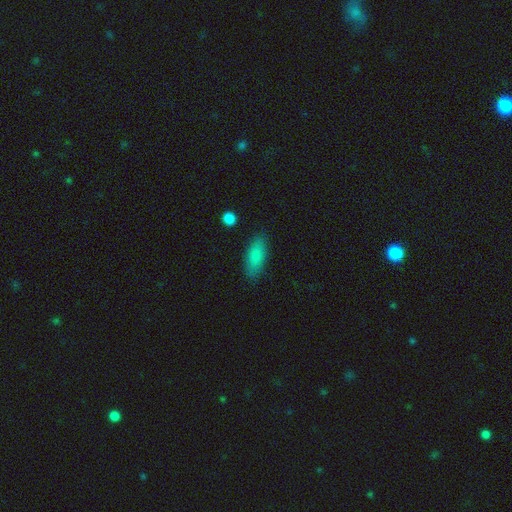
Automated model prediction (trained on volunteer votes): A smooth galaxy with no disk features (85%) that is in between round and cigar-shaped (75%).

Vote fractions:
- Smooth or featured? smooth: 85% / featured or disk: 8% / star or artifact: 7%
- How rounded? in between: 75% / cigar-shaped: 23% / round: 2%
- Merging? none: 84% / minor disturbance: 12% / major disturbance: 3% / merger: 2%